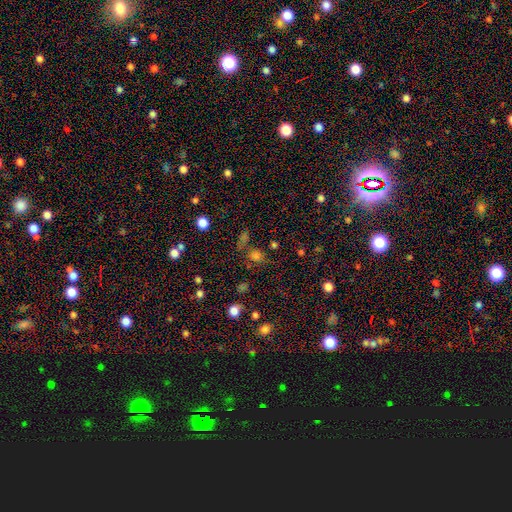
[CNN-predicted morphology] This is likely a smooth galaxy (65%). How rounded: likely round (76%). Merging: likely none (66%).